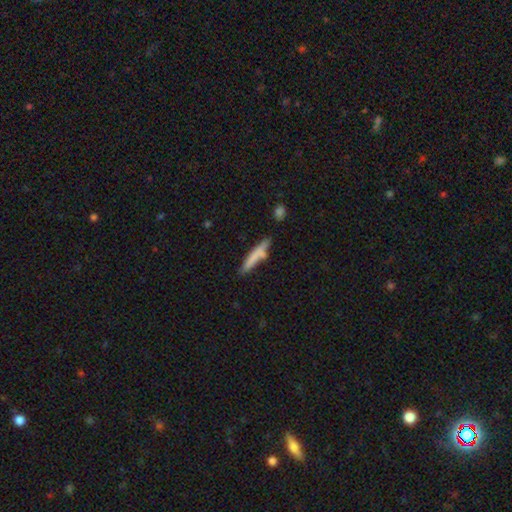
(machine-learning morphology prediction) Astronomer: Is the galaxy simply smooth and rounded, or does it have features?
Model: smooth — 70%.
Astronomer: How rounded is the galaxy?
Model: cigar-shaped — 90%.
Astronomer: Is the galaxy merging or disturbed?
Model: none — 62%.